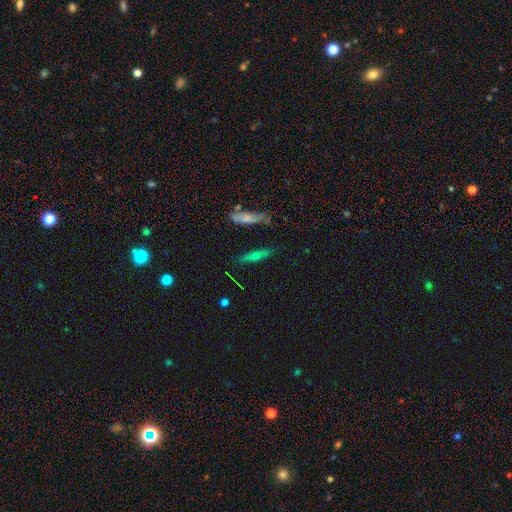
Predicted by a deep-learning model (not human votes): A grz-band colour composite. It shows a featured or disk galaxy (47%). Merging: none (82%).